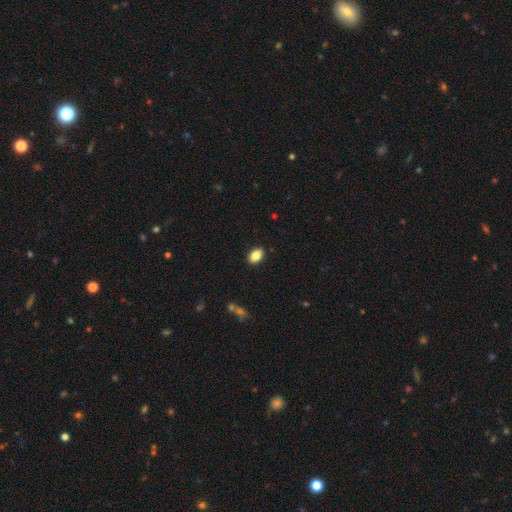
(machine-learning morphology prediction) This is clearly a smooth galaxy (86%). How rounded: clearly in between (83%). Merging: clearly none (89%).